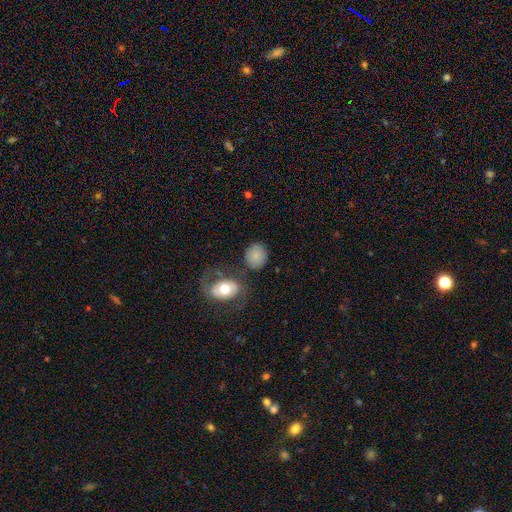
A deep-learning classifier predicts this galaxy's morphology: Smooth or featured? Predicted: smooth (p=0.79). How rounded? Predicted: round (p=0.71). Merging? Predicted: none (p=0.66).